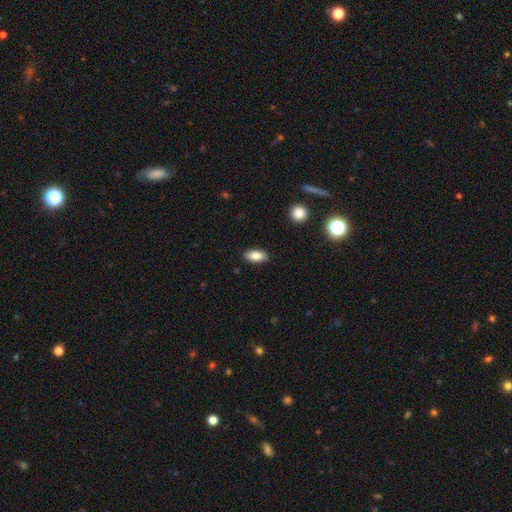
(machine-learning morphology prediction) A smooth galaxy with no disk features (82%) that is in between round and cigar-shaped (89%). Merging: none (88%).